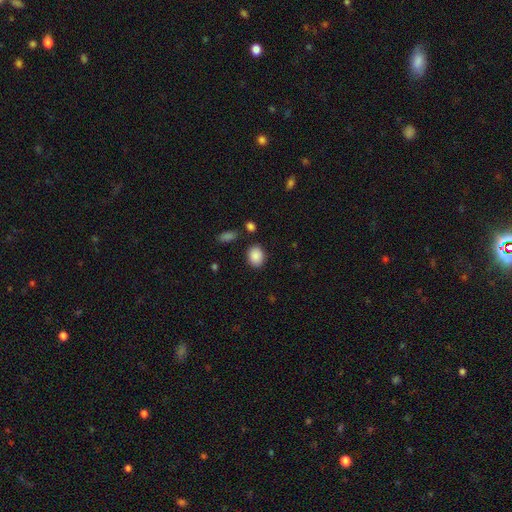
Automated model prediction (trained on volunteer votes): smooth-or-featured: smooth: 89% | star or artifact: 7% | featured or disk: 4%
  how-rounded: in between: 67% | round: 32% | cigar-shaped: 1%
  merging: none: 83% | minor disturbance: 10% | merger: 4% | major disturbance: 3%